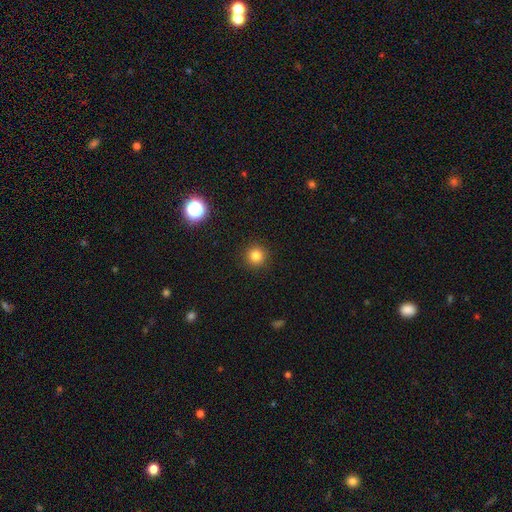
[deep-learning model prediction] Smooth or featured? smooth (82%)
How rounded? round (95%)
Merging? none (92%)